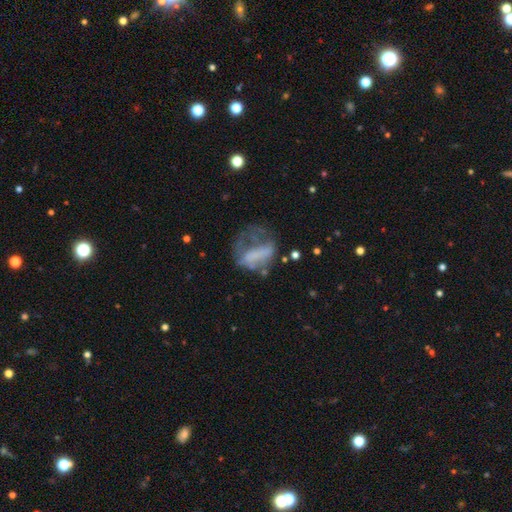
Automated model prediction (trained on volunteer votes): smooth-or-featured: featured or disk: 47% | smooth: 38% | star or artifact: 15%
  merging: major disturbance: 46% | none: 27% | minor disturbance: 20% | merger: 7%